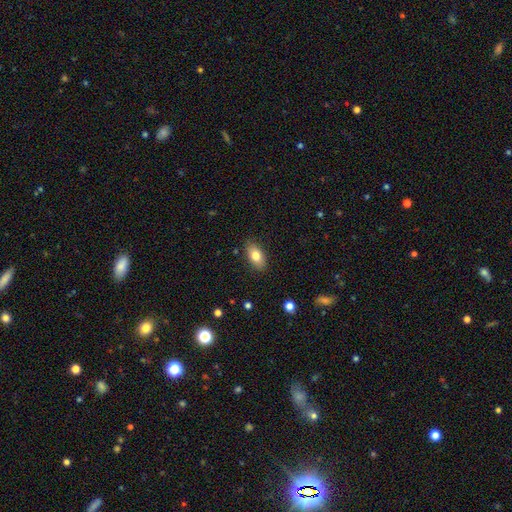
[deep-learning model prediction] smooth-or-featured: smooth: 79% | featured or disk: 14% | star or artifact: 7%
  how-rounded: in between: 90% | round: 6% | cigar-shaped: 4%
  merging: none: 86% | minor disturbance: 11% | major disturbance: 2% | merger: 1%